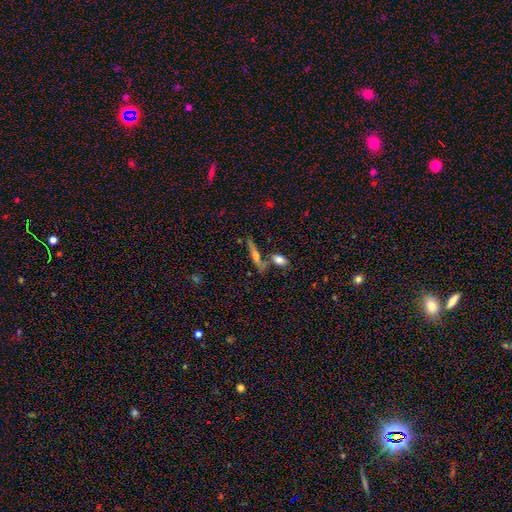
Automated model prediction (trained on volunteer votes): This is possibly a featured or disk galaxy (58%). It is clearly viewed edge-on (93%). Edge-on bulge: clearly rounded (86%). Merging: likely none (67%).